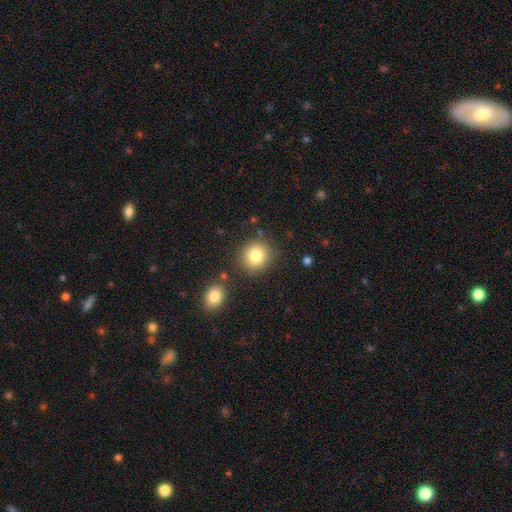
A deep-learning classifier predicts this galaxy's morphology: Smooth or featured? smooth (83%)
How rounded? round (86%)
Merging? none (81%)